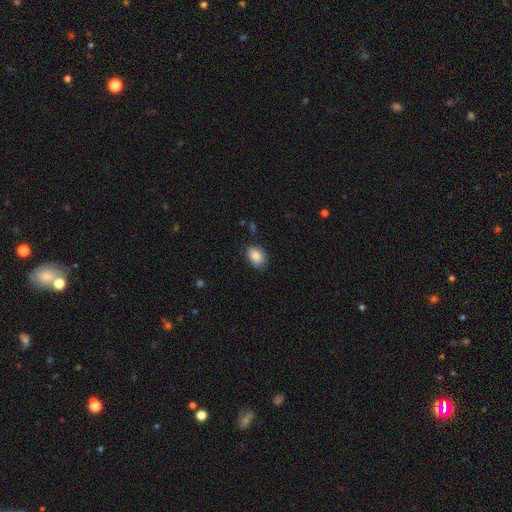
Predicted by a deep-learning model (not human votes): smooth_or_featured: smooth (p=0.85) [alt: star or artifact p=0.08]
how_rounded: in between (p=0.82) [alt: round p=0.17]
merging: none (p=0.80) [alt: minor disturbance p=0.16]